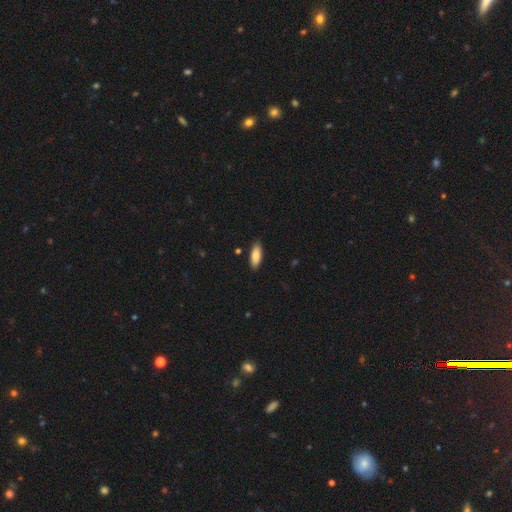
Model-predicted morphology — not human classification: Overall: smooth (86%). How rounded: in between (72%). Merging: none (88%).